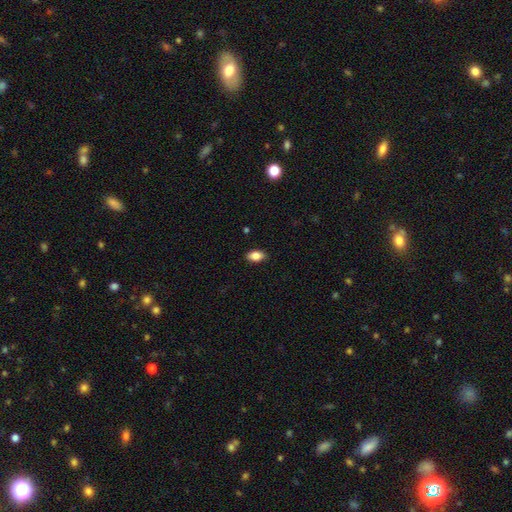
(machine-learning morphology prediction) smooth_or_featured: smooth (p=0.84) [alt: star or artifact p=0.08]
how_rounded: in between (p=0.89) [alt: round p=0.08]
merging: none (p=0.88) [alt: minor disturbance p=0.09]